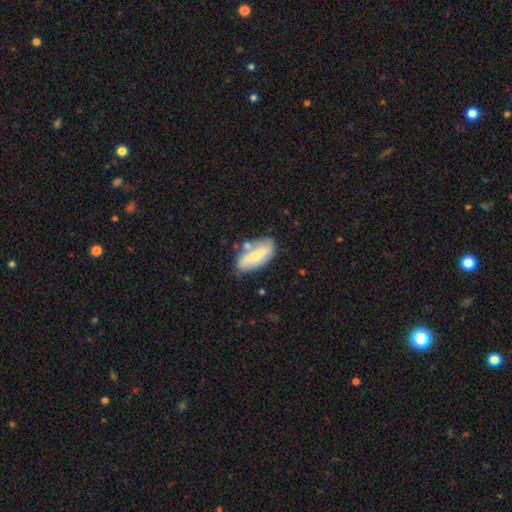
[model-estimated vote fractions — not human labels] Smooth or featured? featured or disk (48%)
Merging? none (65%)